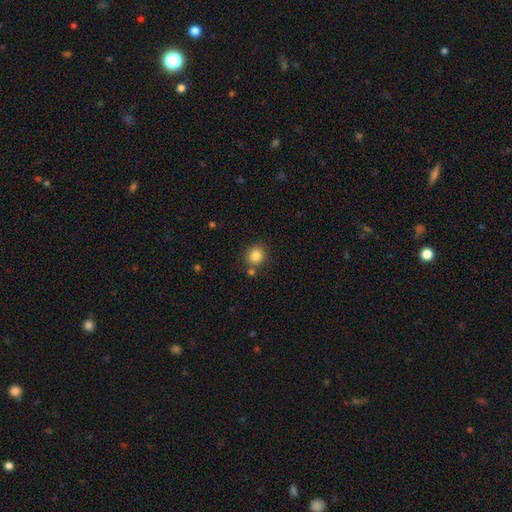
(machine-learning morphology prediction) Smooth or featured? smooth (84%)
How rounded? round (89%)
Merging? none (79%)